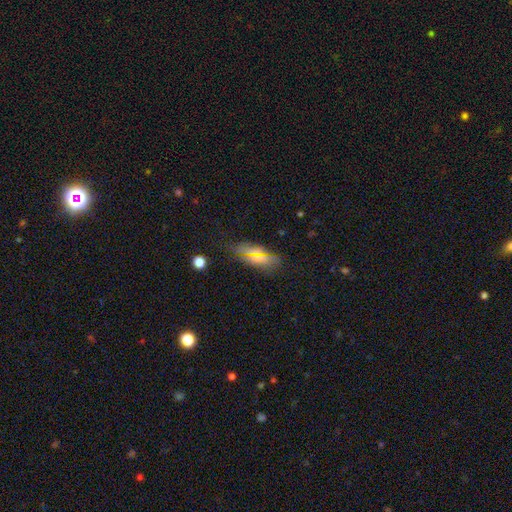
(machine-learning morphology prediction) This appears to be a smooth galaxy with no disk features (65%) that is in between round and cigar-shaped (74%). Merging: none (80%).